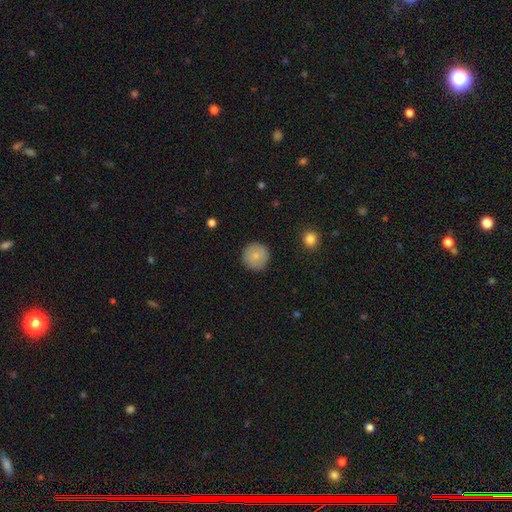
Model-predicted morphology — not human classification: Smooth or featured: smooth — 80% (featured or disk — 12%)
How rounded: round — 96% (in between — 3%)
Merging: none — 88% (minor disturbance — 8%)